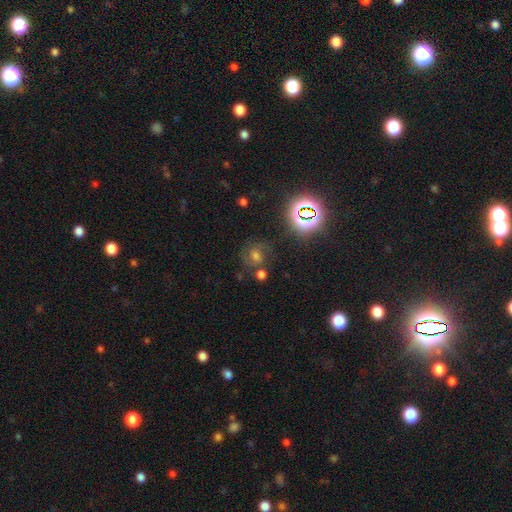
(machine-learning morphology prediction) This appears to be a smooth galaxy with no disk features (38%). Merging: none (62%).